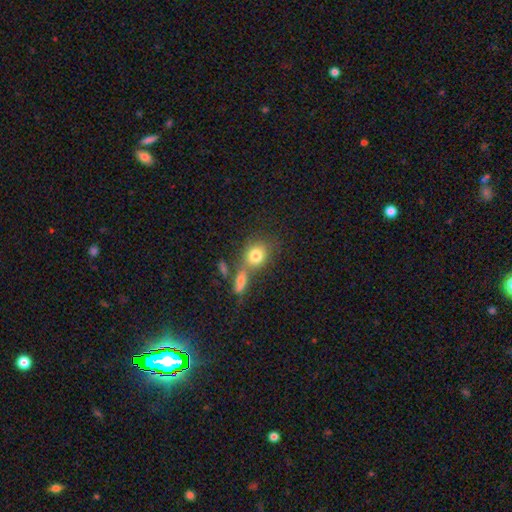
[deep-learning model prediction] A smooth galaxy with no disk features (79%) that is round (67%).

Vote fractions:
- Smooth or featured? smooth: 79% / featured or disk: 11% / star or artifact: 10%
- How rounded? round: 67% / in between: 31% / cigar-shaped: 2%
- Merging? none: 49% / merger: 34% / minor disturbance: 11% / major disturbance: 6%